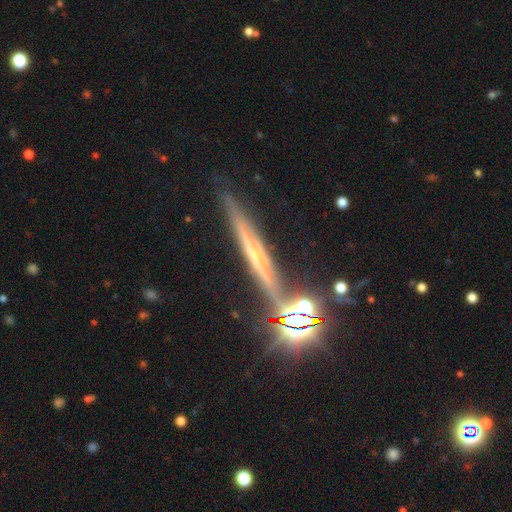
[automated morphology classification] Smooth or featured? Predicted: featured or disk (p=0.64). Edge-on disk? Predicted: yes (p=0.94). Edge-on bulge? Predicted: none (p=0.45). Merging? Predicted: none (p=0.79).